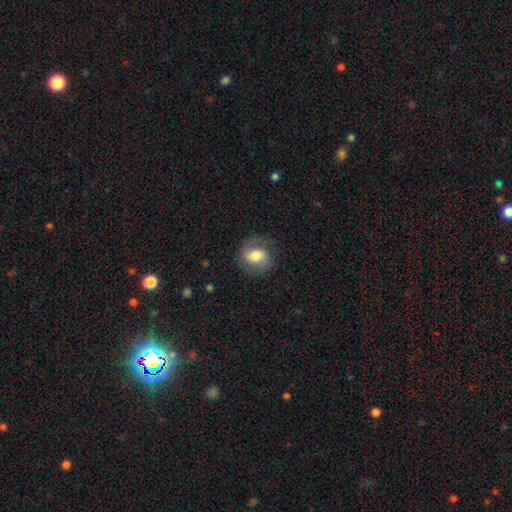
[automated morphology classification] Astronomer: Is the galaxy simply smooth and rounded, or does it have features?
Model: smooth — 46% (runner-up: featured or disk, 45%).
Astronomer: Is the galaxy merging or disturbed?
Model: none — 70%.